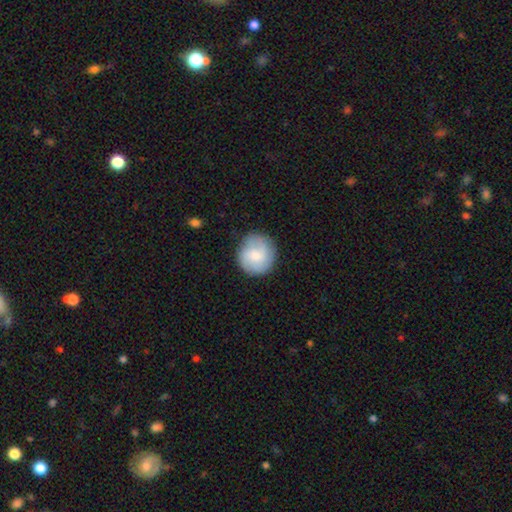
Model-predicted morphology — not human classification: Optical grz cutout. It shows a smooth galaxy with no disk features (54%) that is round (90%). Merging: none (82%).